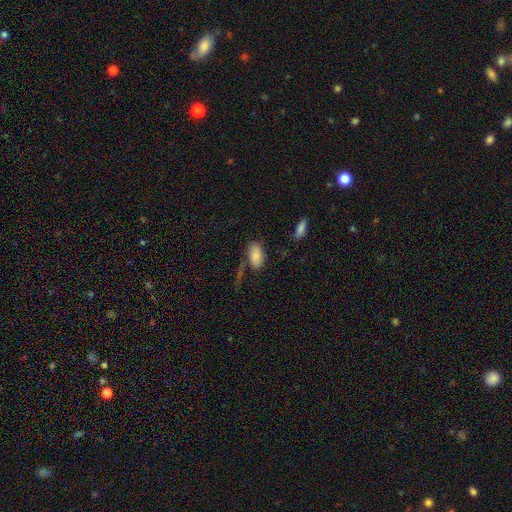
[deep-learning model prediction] The model was most divided on "merging": none: 62%, minor disturbance: 18%, major disturbance: 10%, merger: 10%. More confident: how rounded — in between (94%); smooth or featured — smooth (85%).